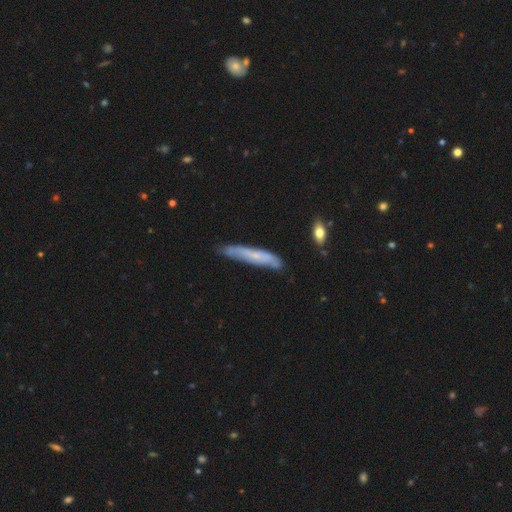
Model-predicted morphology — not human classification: Smooth or featured? featured or disk (48%)
Merging? none (67%)